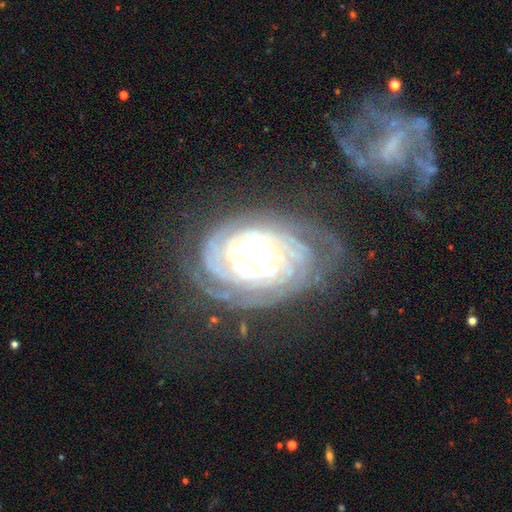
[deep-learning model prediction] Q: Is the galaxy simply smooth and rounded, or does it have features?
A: featured or disk — 87%.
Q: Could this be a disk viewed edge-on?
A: no — 96%.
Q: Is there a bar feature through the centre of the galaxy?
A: no — 65%.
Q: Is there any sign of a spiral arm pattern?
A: yes — 97%.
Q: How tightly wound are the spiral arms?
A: tight — 83%.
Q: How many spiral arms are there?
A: can't tell — 29%.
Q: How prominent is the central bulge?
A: moderate — 45%.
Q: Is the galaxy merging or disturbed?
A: none — 69%.